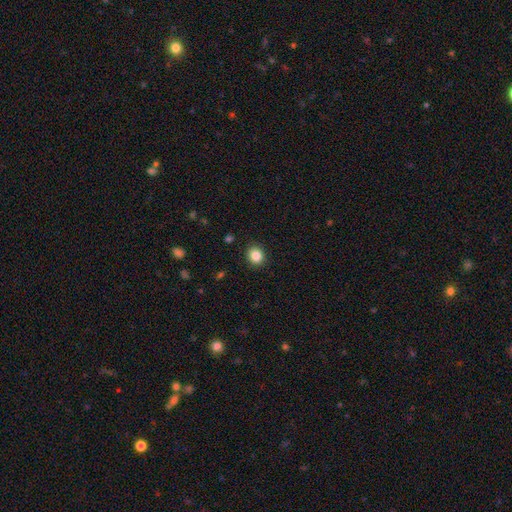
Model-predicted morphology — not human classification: The model was most divided on "how rounded": round: 78%, in between: 22%, cigar-shaped: 1%. More confident: merging — none (90%); smooth or featured — smooth (86%).